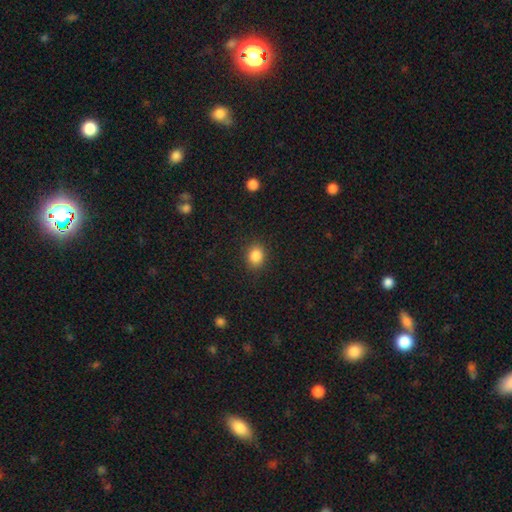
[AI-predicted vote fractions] Smooth or featured: smooth — 85% (star or artifact — 10%)
How rounded: round — 55% (in between — 44%)
Merging: none — 88% (minor disturbance — 8%)